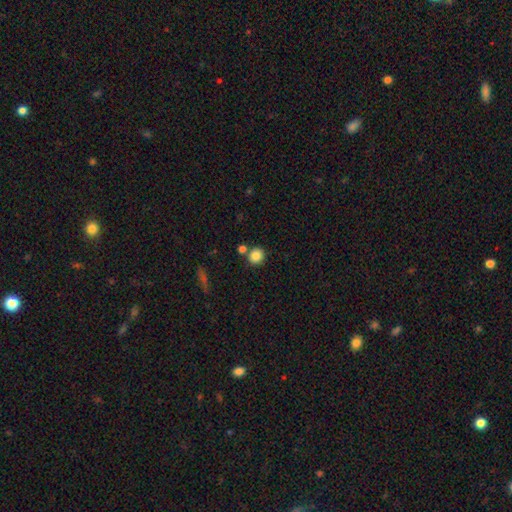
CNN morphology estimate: Smooth or featured? Predicted: smooth (p=0.85). How rounded? Predicted: round (p=0.89). Merging? Predicted: none (p=0.75).